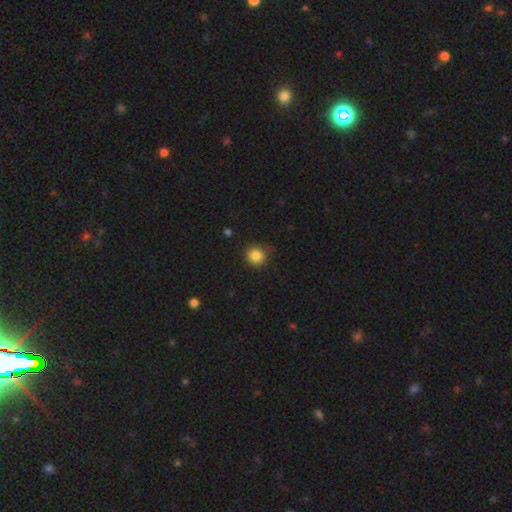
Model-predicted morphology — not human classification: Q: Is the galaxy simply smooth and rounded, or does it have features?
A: smooth — 85%.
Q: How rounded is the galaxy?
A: round — 92%.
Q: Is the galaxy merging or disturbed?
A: none — 83%.